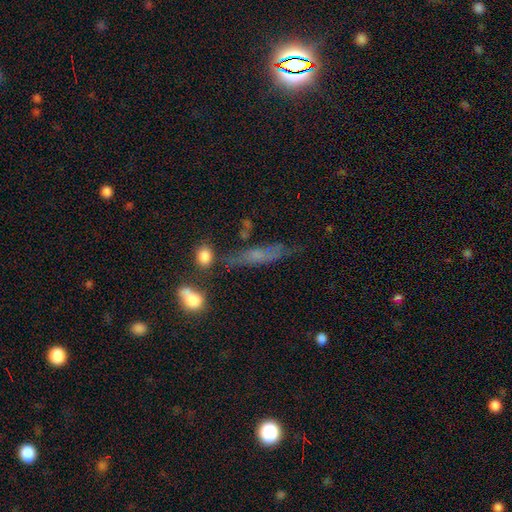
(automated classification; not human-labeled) Smooth or featured? smooth (48%)
Merging? none (56%)